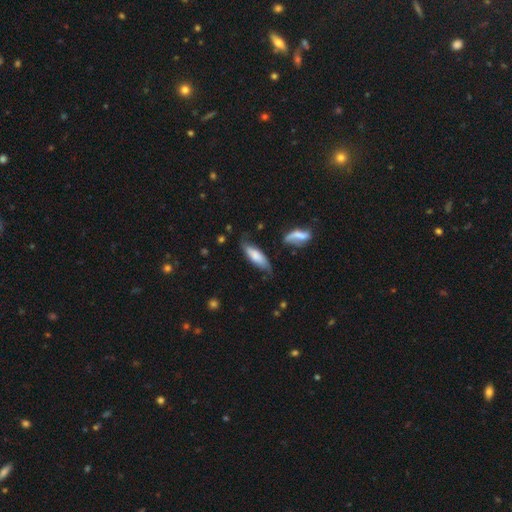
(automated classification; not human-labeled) Smooth or featured? smooth (65%)
How rounded? in between (55%)
Merging? none (60%)